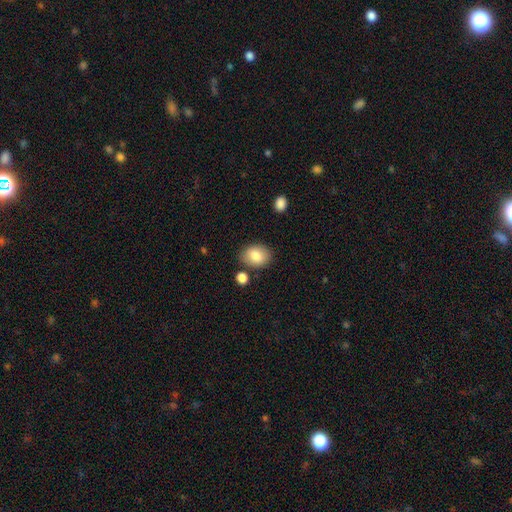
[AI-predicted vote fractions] smooth_or_featured: smooth (p=0.83) [alt: featured or disk p=0.09]
how_rounded: in between (p=0.69) [alt: round p=0.30]
merging: none (p=0.80) [alt: minor disturbance p=0.12]